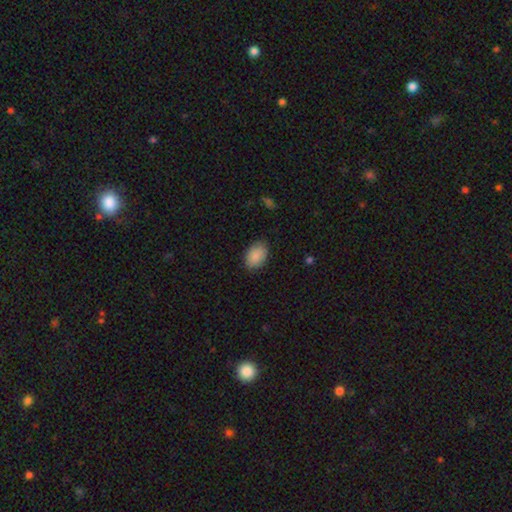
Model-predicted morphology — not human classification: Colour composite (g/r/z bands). It shows a smooth galaxy with no disk features (90%) that is in between round and cigar-shaped (86%). Merging: none (84%).